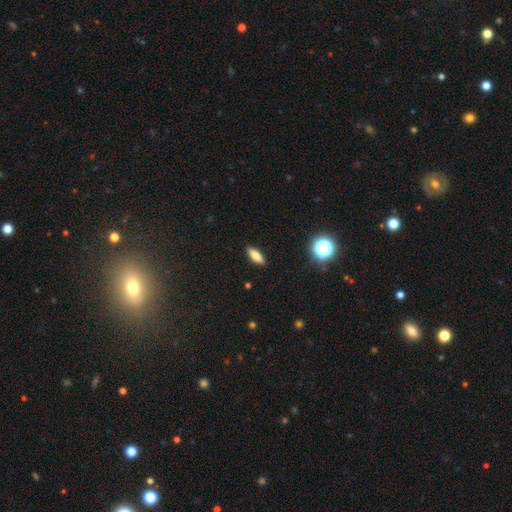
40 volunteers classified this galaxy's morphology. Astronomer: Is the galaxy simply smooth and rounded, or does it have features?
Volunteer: smooth — 62%.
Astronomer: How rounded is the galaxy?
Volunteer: in between — 72%.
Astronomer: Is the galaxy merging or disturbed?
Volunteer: none — 94%.